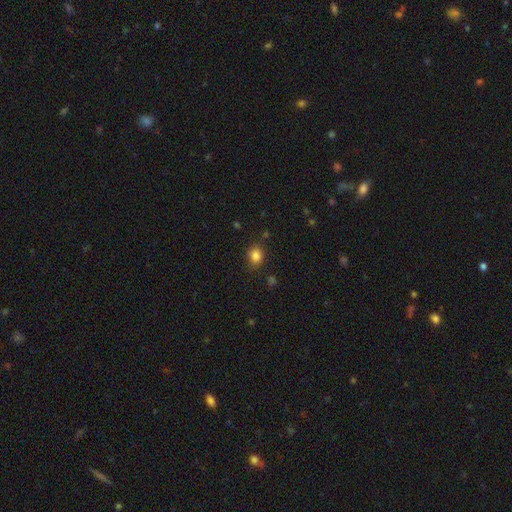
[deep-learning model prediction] Smooth or featured? Predicted: smooth (p=0.84). How rounded? Predicted: round (p=0.65). Merging? Predicted: none (p=0.78).